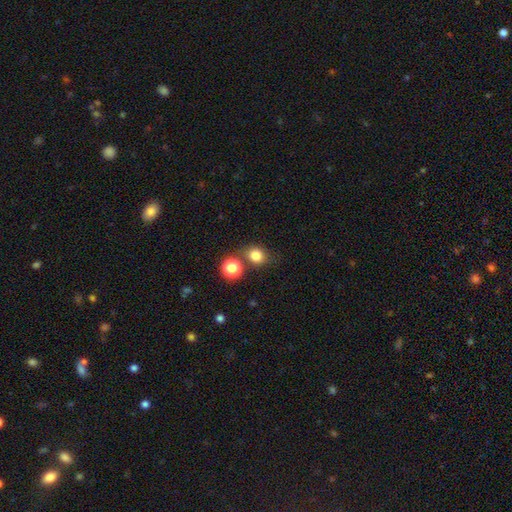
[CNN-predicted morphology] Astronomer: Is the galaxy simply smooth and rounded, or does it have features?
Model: smooth — 80%.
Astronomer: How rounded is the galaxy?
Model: round — 72%.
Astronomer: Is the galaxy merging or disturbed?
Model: none — 68%.